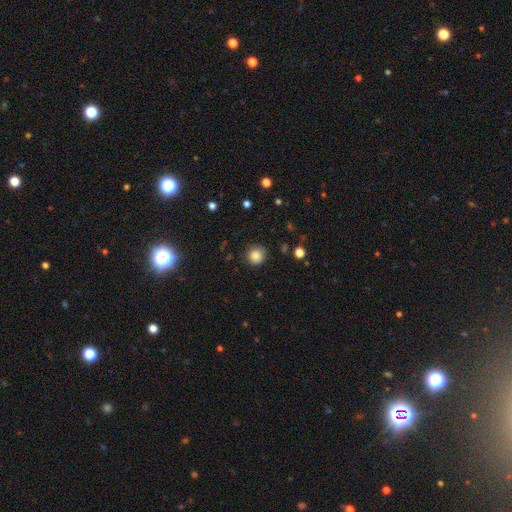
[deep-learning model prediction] This appears to be a smooth galaxy with no disk features (85%) that is round (93%). Merging: none (86%).